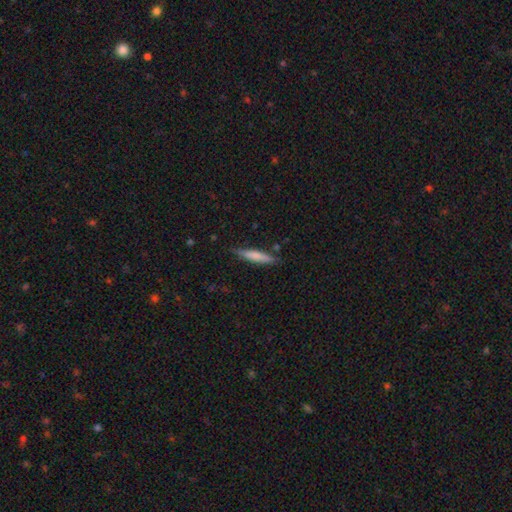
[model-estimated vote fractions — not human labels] smooth-or-featured: smooth: 70% | featured or disk: 24% | star or artifact: 6%
  how-rounded: cigar-shaped: 90% | in between: 9% | round: 1%
  merging: none: 83% | minor disturbance: 13% | major disturbance: 2% | merger: 2%